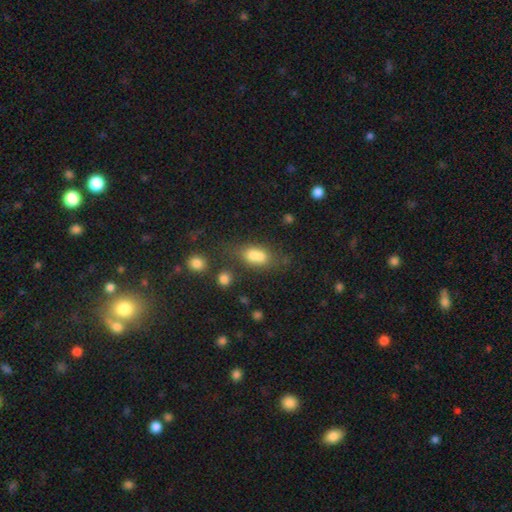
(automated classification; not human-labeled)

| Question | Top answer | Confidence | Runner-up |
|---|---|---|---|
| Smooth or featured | smooth | 70% | featured or disk (17%) |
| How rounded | in between | 66% | round (29%) |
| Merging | merger | 50% | none (30%) |